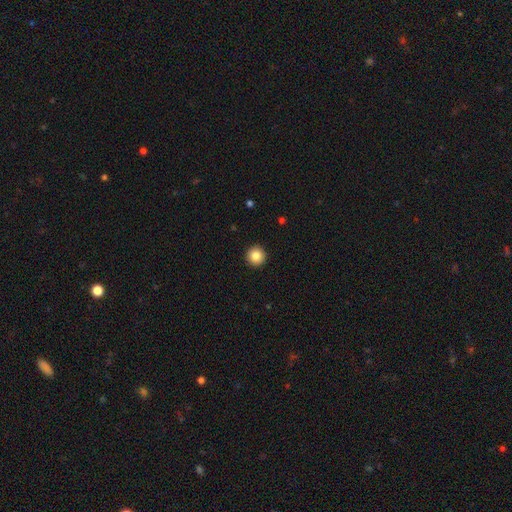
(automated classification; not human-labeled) Morphology: type=smooth (85%); roundness=round (96%); merging=none (93%).